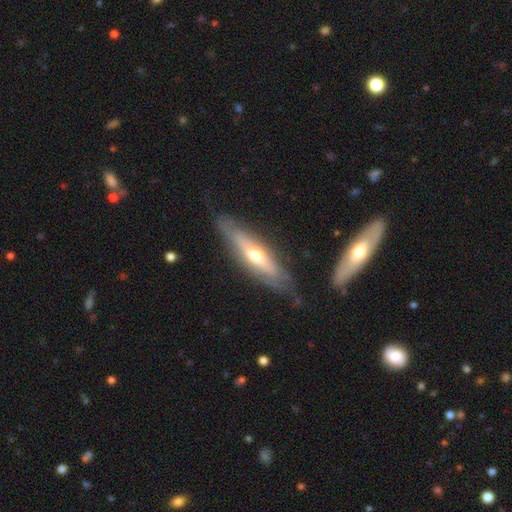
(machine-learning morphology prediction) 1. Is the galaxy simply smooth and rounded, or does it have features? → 63% featured or disk, 32% smooth, 6% star or artifact.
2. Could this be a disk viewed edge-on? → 68% yes, 32% no.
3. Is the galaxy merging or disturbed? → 74% none, 18% minor disturbance, 5% major disturbance, 3% merger.